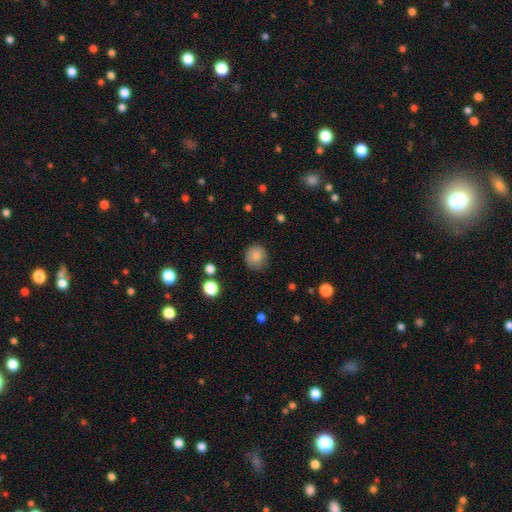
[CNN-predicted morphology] smooth_or_featured: smooth (p=0.84) [alt: star or artifact p=0.09]
how_rounded: round (p=0.88) [alt: in between p=0.11]
merging: none (p=0.79) [alt: minor disturbance p=0.16]